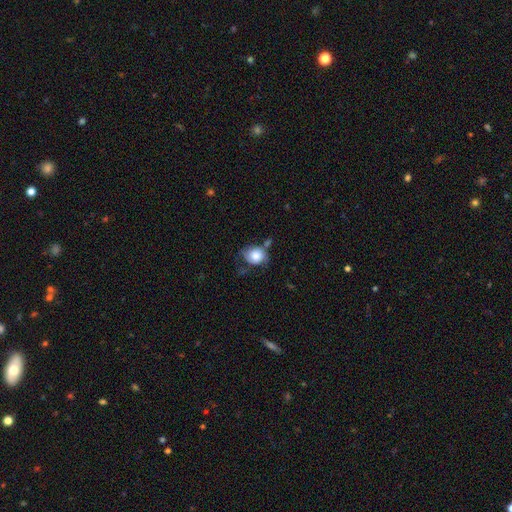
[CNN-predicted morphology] This is likely a smooth galaxy (78%). How rounded: likely round (60%). Merging: marginally none (44%).